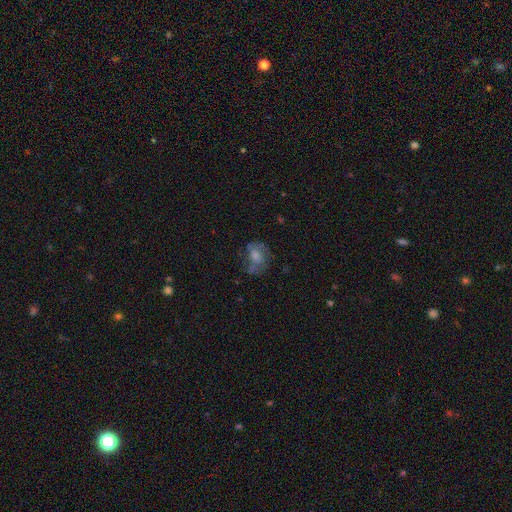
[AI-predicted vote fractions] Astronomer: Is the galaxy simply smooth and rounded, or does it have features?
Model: smooth — 54% (runner-up: featured or disk, 35%).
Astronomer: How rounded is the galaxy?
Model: in between — 62%.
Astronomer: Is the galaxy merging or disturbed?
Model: none — 45% (runner-up: major disturbance, 25%).